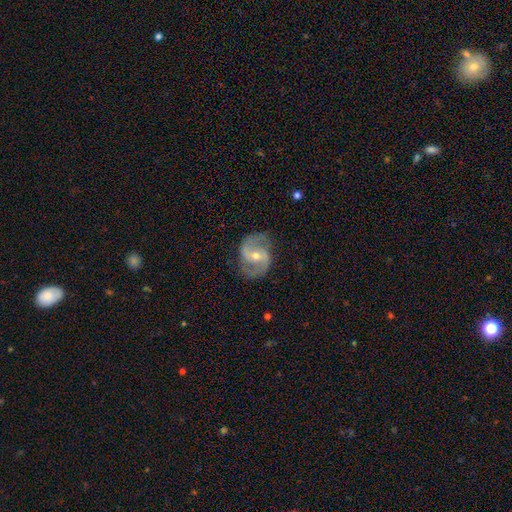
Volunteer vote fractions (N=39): Smooth or featured: featured or disk — 92% (smooth — 5%)
Edge-on disk: no — 100%
Bar: weak — 69% (no — 22%)
Spiral arms: yes — 100%
Spiral winding: medium — 67% (loose — 25%)
Spiral arm count: 2 — 100%
Bulge size: small — 58% (moderate — 42%)
Merging: none — 87% (minor disturbance — 8%)